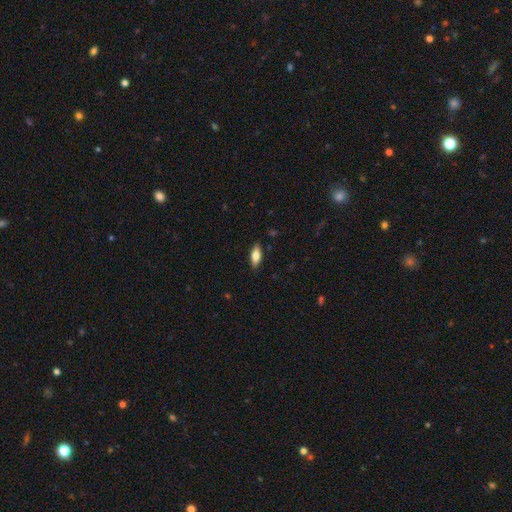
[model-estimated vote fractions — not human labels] Q: Smooth or featured?
A: smooth (74%); runner-up: featured or disk (19%)
Q: How rounded?
A: in between (75%); runner-up: cigar-shaped (23%)
Q: Merging?
A: none (87%); runner-up: minor disturbance (10%)